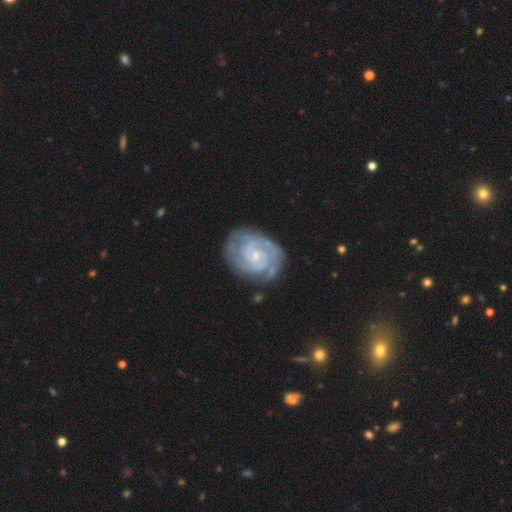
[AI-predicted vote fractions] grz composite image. It shows a featured or disk galaxy (88%) with no bar (67%), 2 (44%) tight (71%) spiral arms (97%) and a small central bulge (79%). Merging: none (74%).